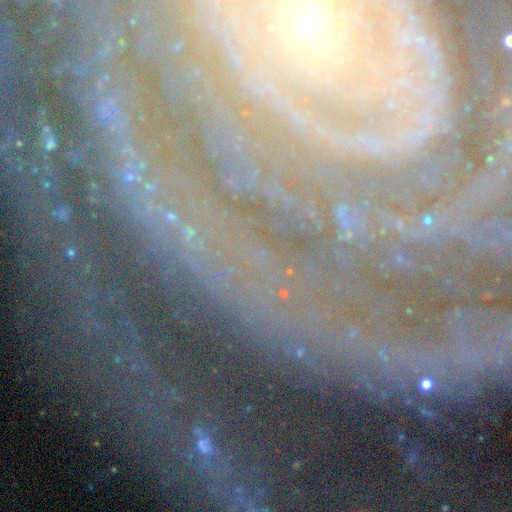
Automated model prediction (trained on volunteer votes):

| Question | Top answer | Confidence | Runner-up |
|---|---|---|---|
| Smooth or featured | star or artifact | 45% | featured or disk (44%) |